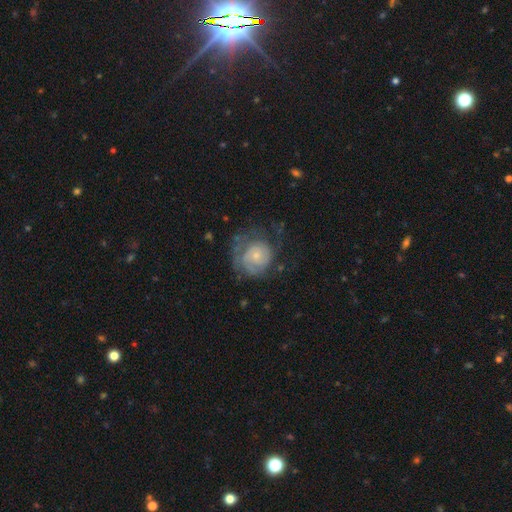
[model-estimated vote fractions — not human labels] Smooth or featured: featured or disk — 66% (smooth — 27%)
Edge-on disk: no — 98% (yes — 2%)
Bar: no — 77% (weak — 20%)
Spiral arms: yes — 84% (no — 16%)
Spiral winding: tight — 62% (medium — 27%)
Spiral arm count: can't tell — 40% (2 — 29%)
Bulge size: small — 70% (moderate — 23%)
Merging: none — 51% (major disturbance — 24%)